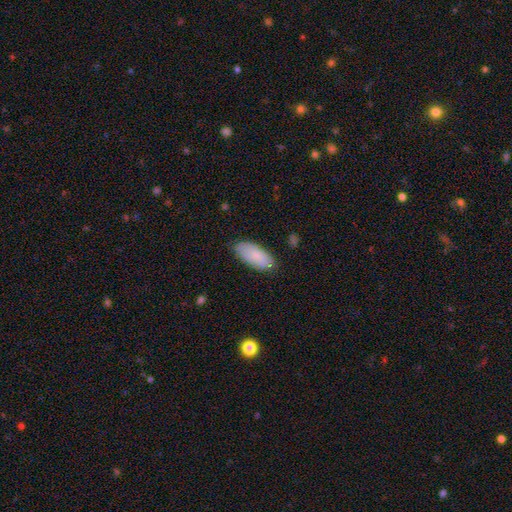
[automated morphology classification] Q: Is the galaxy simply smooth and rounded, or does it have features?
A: smooth — 81%.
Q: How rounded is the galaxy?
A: in between — 88%.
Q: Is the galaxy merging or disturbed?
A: none — 79%.